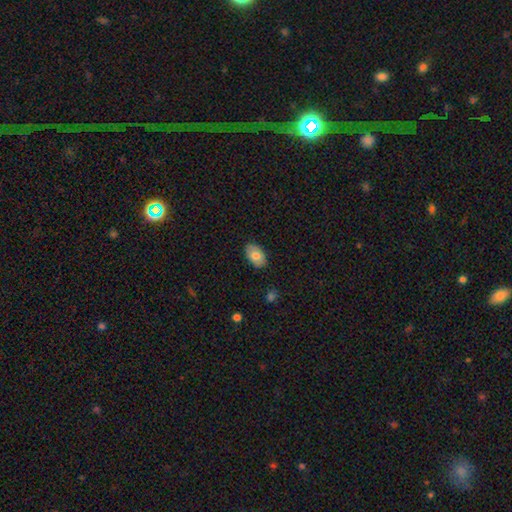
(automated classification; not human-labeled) This appears to be a smooth galaxy with no disk features (76%) that is in between round and cigar-shaped (92%). Merging: none (87%).